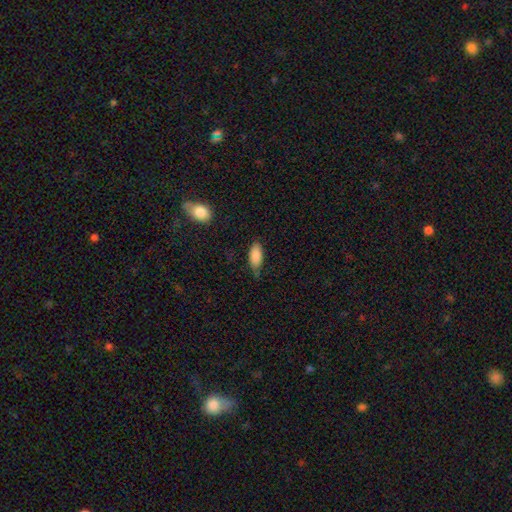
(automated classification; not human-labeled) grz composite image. It shows a smooth galaxy with no disk features (87%) that is in between round and cigar-shaped (86%). Merging: none (66%).